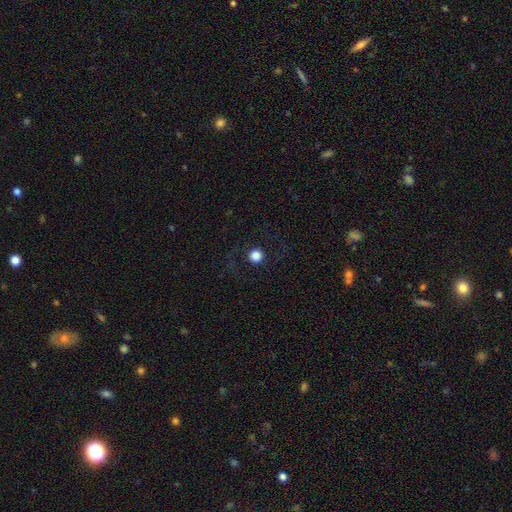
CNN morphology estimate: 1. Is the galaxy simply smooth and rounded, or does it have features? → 80% smooth, 12% star or artifact, 8% featured or disk.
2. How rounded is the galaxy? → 95% round, 4% in between, 1% cigar-shaped.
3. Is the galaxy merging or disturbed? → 88% none, 6% minor disturbance, 4% major disturbance, 1% merger.